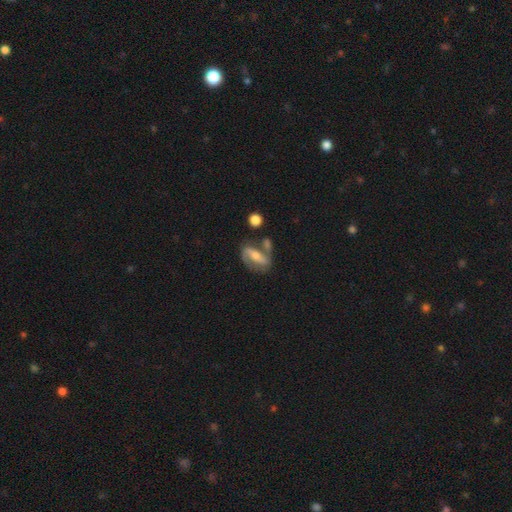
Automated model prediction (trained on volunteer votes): Smooth or featured?
  - featured or disk: 73% *
  - smooth: 20%
  - star or artifact: 7%
Edge-on disk?
  - no: 90% *
  - yes: 10%
Bar?
  - strong: 55% *
  - weak: 26%
  - no: 20%
Spiral arms?
  - yes: 84% *
  - no: 16%
Spiral winding?
  - medium: 43% *
  - loose: 31%
  - tight: 26%
Spiral arm count?
  - 2: 86% *
  - can't tell: 7%
  - 1: 5%
  - 3: 1%
  - 4: 1%
  - more than 4: 1%
Bulge size?
  - moderate: 55% *
  - small: 36%
  - large: 5%
  - none: 3%
  - dominant: 1%
Merging?
  - none: 60% *
  - minor disturbance: 17%
  - merger: 15%
  - major disturbance: 8%